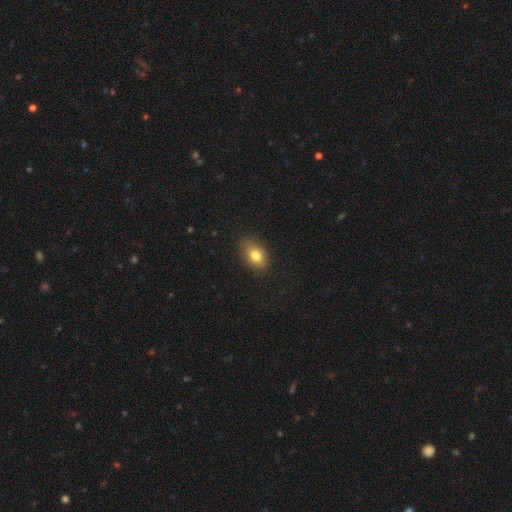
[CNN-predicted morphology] Smooth or featured?
  - smooth: 80% *
  - featured or disk: 10%
  - star or artifact: 10%
How rounded?
  - in between: 80% *
  - round: 18%
  - cigar-shaped: 2%
Merging?
  - none: 84% *
  - minor disturbance: 12%
  - major disturbance: 3%
  - merger: 1%